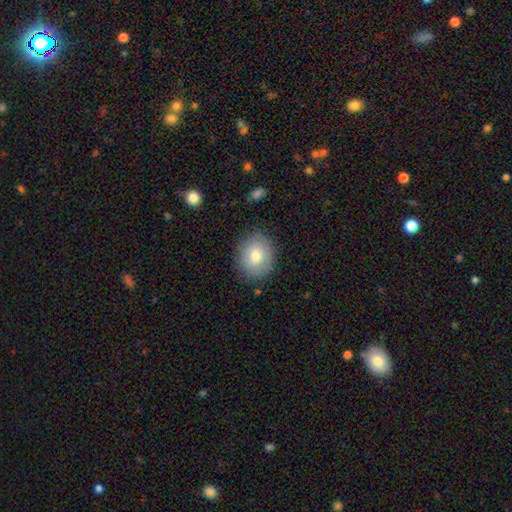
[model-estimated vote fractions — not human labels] Smooth or featured? smooth (76%)
How rounded? round (58%)
Merging? none (84%)